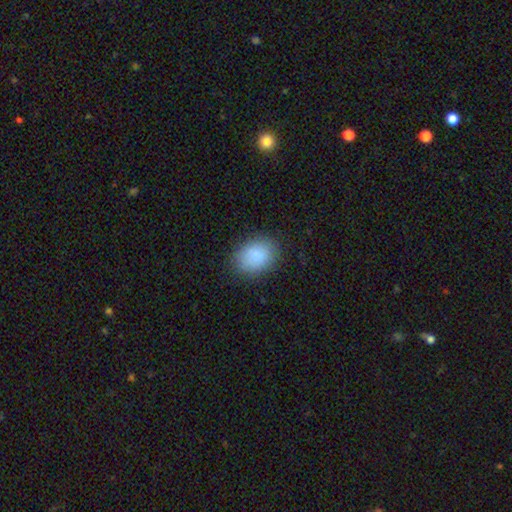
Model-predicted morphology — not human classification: Smooth or featured? smooth (88%)
How rounded? in between (67%)
Merging? none (85%)